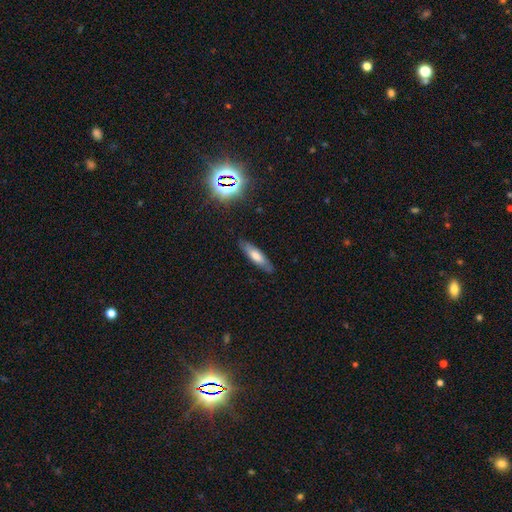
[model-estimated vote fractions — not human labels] Q: Smooth or featured?
A: smooth (64%); runner-up: featured or disk (27%)
Q: How rounded?
A: cigar-shaped (67%); runner-up: in between (31%)
Q: Merging?
A: none (84%); runner-up: minor disturbance (12%)